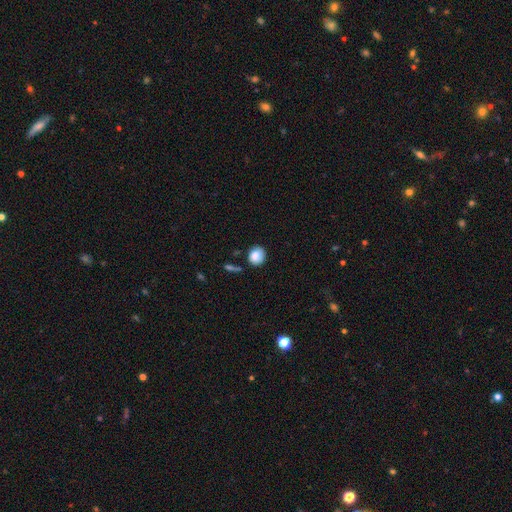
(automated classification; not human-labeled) Morphology: type=smooth (85%); roundness=round (71%); merging=none (72%).